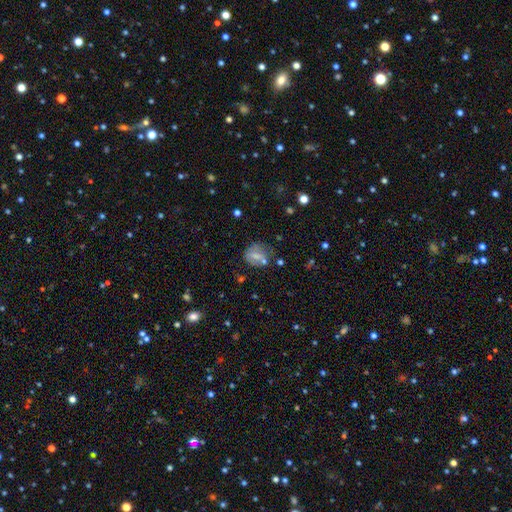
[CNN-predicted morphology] type=smooth (58%); roundness=round (50%); merging=none (52%).